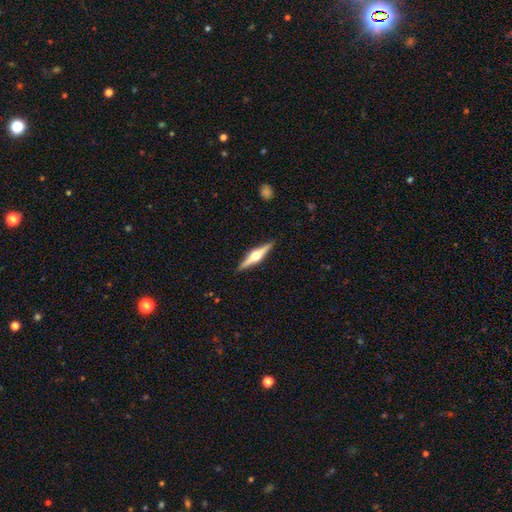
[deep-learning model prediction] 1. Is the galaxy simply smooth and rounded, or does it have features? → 77% featured or disk, 18% smooth, 5% star or artifact.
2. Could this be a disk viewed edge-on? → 98% yes, 2% no.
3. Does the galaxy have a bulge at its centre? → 94% rounded, 4% boxy, 2% none.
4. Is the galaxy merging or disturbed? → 91% none, 7% minor disturbance, 1% major disturbance, 1% merger.